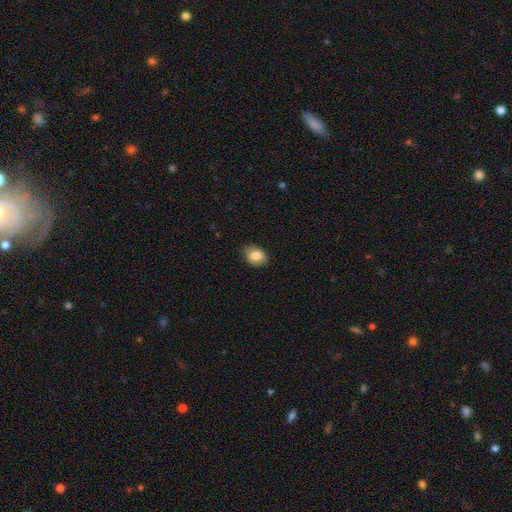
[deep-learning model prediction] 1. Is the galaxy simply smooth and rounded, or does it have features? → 85% smooth, 8% star or artifact, 7% featured or disk.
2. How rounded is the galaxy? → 68% in between, 31% round, 1% cigar-shaped.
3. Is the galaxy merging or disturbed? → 80% none, 17% minor disturbance, 3% major disturbance, 1% merger.